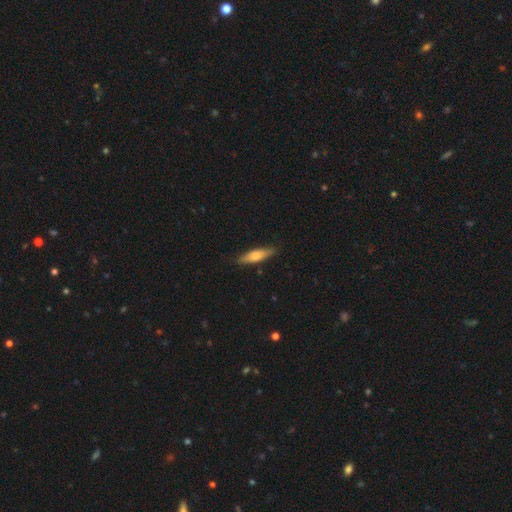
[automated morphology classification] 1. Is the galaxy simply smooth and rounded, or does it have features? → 64% smooth, 30% featured or disk, 6% star or artifact.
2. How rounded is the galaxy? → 67% cigar-shaped, 31% in between, 2% round.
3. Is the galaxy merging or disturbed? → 84% none, 13% minor disturbance, 2% major disturbance, 1% merger.